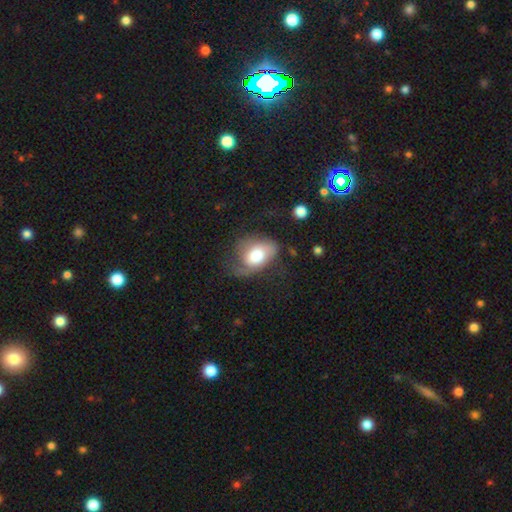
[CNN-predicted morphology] The model was most divided on "merging": none: 35%, major disturbance: 32%, minor disturbance: 31%, merger: 3%. More confident: how rounded — in between (76%); smooth or featured — smooth (54%).